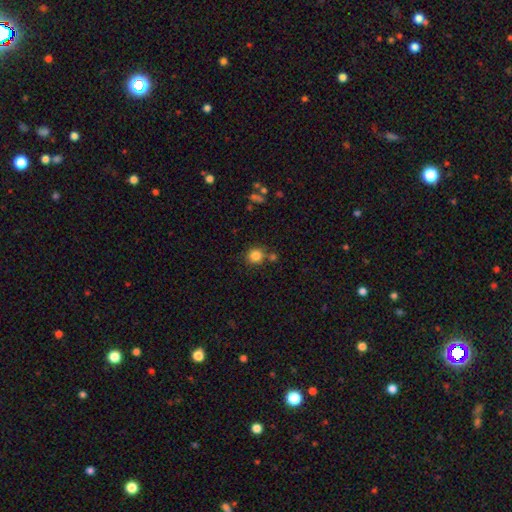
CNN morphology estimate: Overall: smooth (84%). How rounded: round (90%). Merging: none (76%).